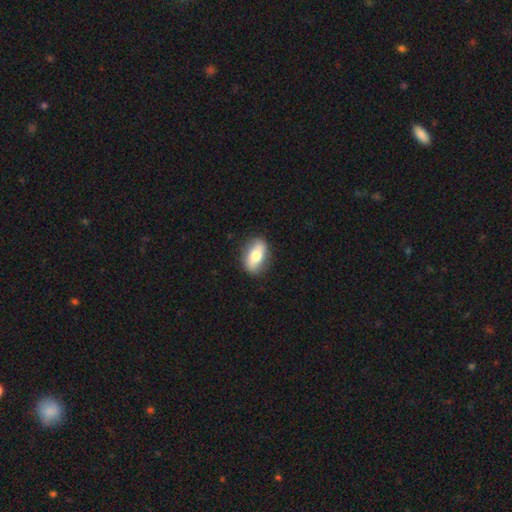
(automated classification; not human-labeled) Q: Smooth or featured?
A: smooth (67%); runner-up: featured or disk (27%)
Q: How rounded?
A: in between (86%); runner-up: round (9%)
Q: Merging?
A: none (85%); runner-up: minor disturbance (12%)